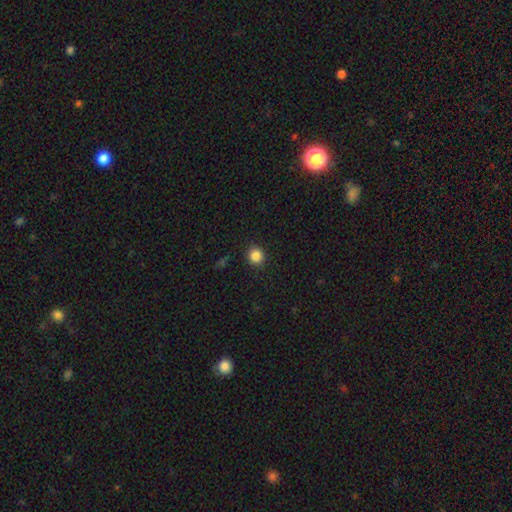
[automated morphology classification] A smooth galaxy with no disk features (85%) that is round (91%).

Vote fractions:
- Smooth or featured? smooth: 85% / star or artifact: 11% / featured or disk: 4%
- How rounded? round: 91% / in between: 8% / cigar-shaped: 1%
- Merging? none: 91% / minor disturbance: 6% / major disturbance: 2% / merger: 1%